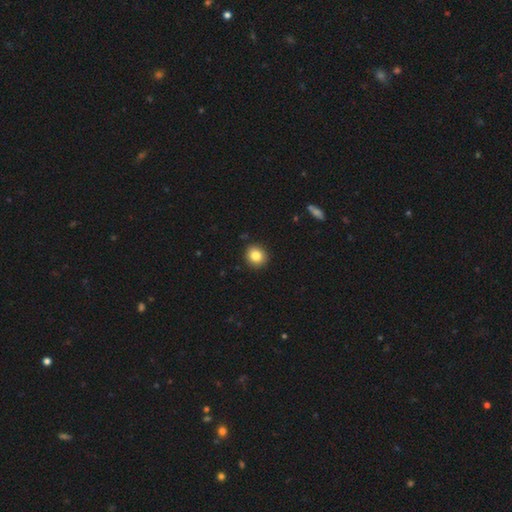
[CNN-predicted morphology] The model was most divided on "how rounded": round: 84%, in between: 15%, cigar-shaped: 1%. More confident: merging — none (90%); smooth or featured — smooth (84%).